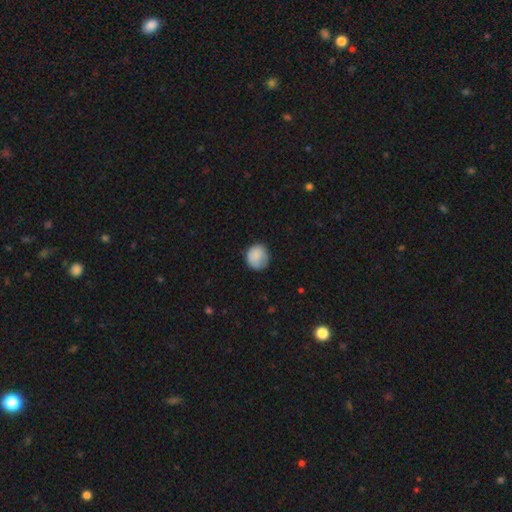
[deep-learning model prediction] Q: Smooth or featured?
A: smooth (83%); runner-up: featured or disk (9%)
Q: How rounded?
A: round (83%); runner-up: in between (16%)
Q: Merging?
A: none (70%); runner-up: minor disturbance (23%)